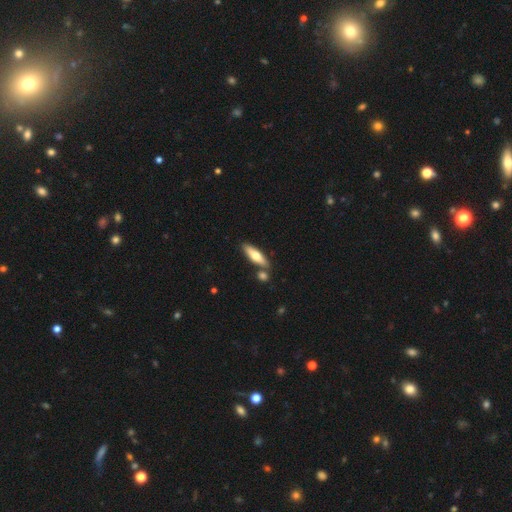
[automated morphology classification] Overall: smooth (57%; featured or disk 38%). How rounded: cigar-shaped (59%; in between 39%). Merging: none (74%).